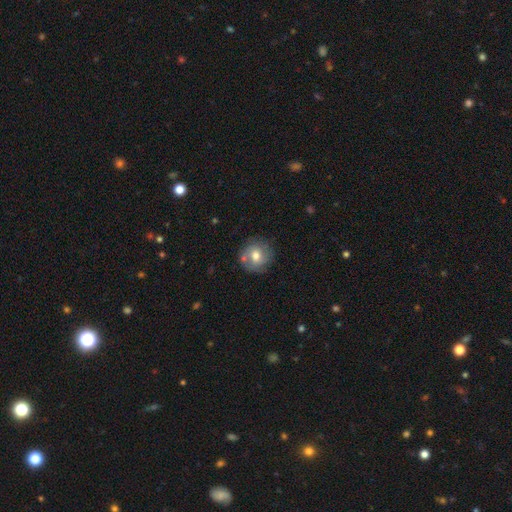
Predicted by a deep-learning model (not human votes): Smooth or featured: smooth — 60% (featured or disk — 31%)
How rounded: round — 89% (in between — 10%)
Merging: none — 74% (minor disturbance — 15%)